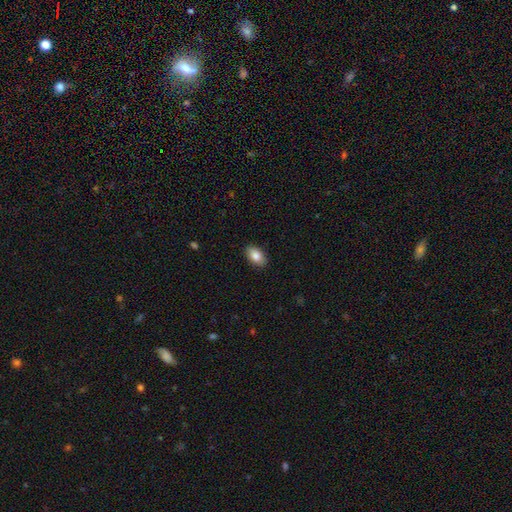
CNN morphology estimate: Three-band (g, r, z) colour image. It shows a smooth galaxy with no disk features (84%) that is in between round and cigar-shaped (92%). Merging: none (90%).